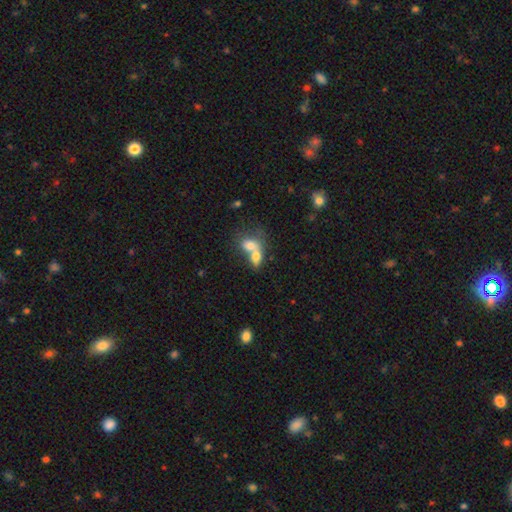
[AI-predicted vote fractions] smooth 72%, featured or disk 19%, star or artifact 9%. Down the decision tree: how rounded — in between (69%); merging — merger (76%).